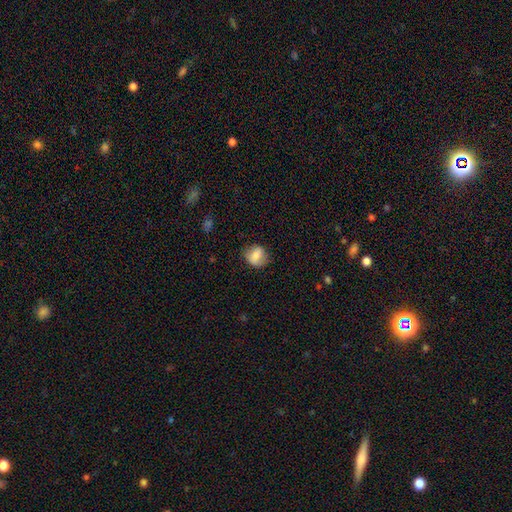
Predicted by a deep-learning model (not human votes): The model was most divided on "how rounded": round: 64%, in between: 34%, cigar-shaped: 2%. More confident: merging — none (76%); smooth or featured — smooth (68%).